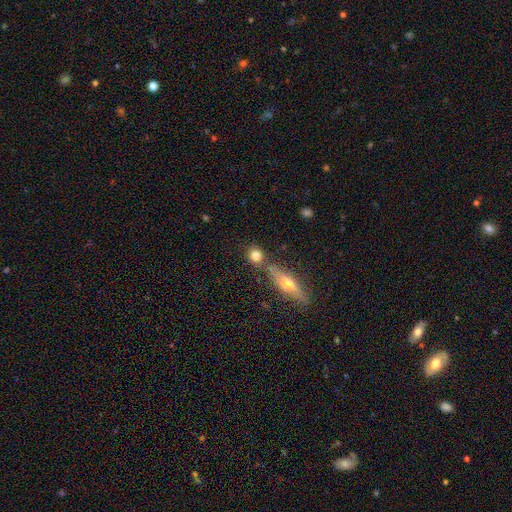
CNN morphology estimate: smooth-or-featured: smooth: 78% | featured or disk: 12% | star or artifact: 10%
  how-rounded: round: 76% | in between: 18% | cigar-shaped: 5%
  merging: none: 68% | merger: 19% | minor disturbance: 10% | major disturbance: 3%